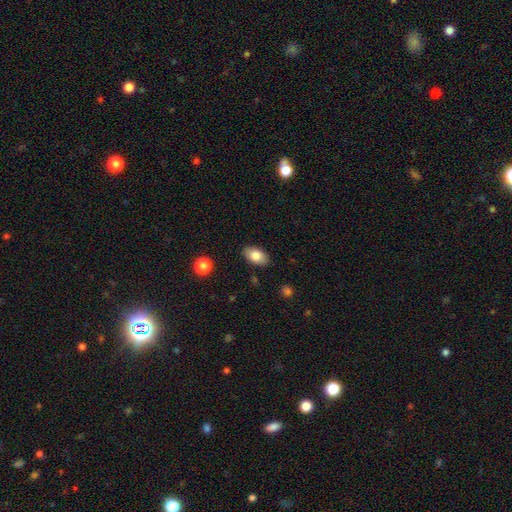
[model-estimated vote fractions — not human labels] The model was most divided on "smooth or featured": smooth: 81%, featured or disk: 12%, star or artifact: 8%. More confident: how rounded — in between (92%); merging — none (87%).